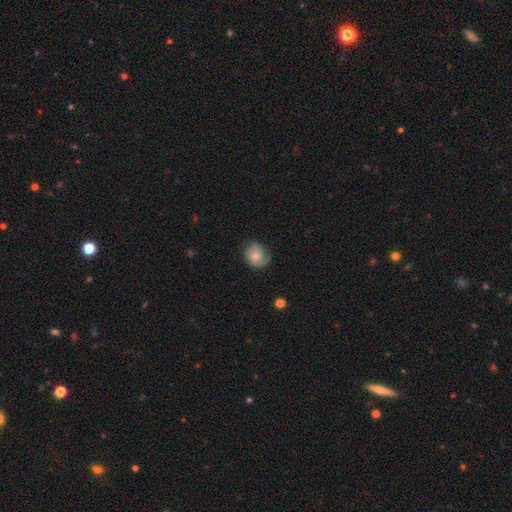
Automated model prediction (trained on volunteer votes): A featured or disk galaxy (53%) with no bar (71%), spiral arms (88%) and a moderate central bulge (44%). Merging: none (66%).